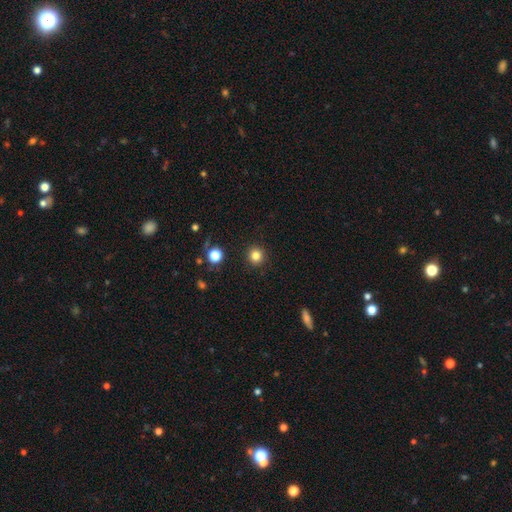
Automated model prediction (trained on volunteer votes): smooth-or-featured: smooth: 83% | star or artifact: 13% | featured or disk: 5%
  how-rounded: round: 94% | in between: 5% | cigar-shaped: 1%
  merging: none: 92% | minor disturbance: 5% | major disturbance: 2% | merger: 1%